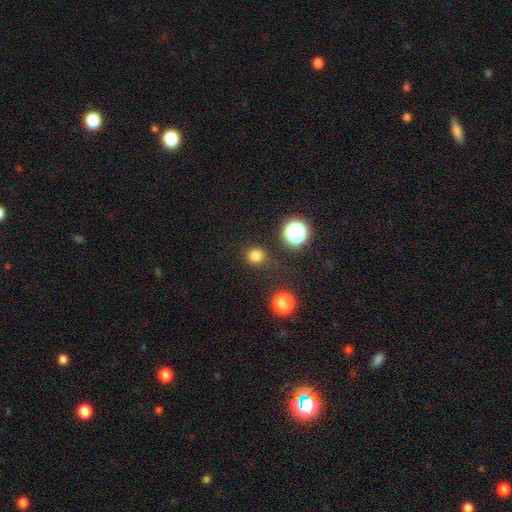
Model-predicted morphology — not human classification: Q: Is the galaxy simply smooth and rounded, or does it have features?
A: smooth — 78%.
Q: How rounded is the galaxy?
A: round — 89%.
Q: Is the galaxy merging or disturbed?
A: none — 81%.